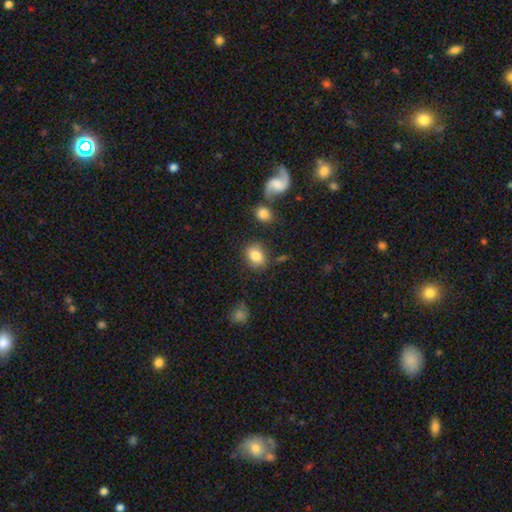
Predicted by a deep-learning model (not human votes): Smooth or featured: smooth — 84% (star or artifact — 9%)
How rounded: in between — 59% (round — 40%)
Merging: none — 76% (minor disturbance — 15%)